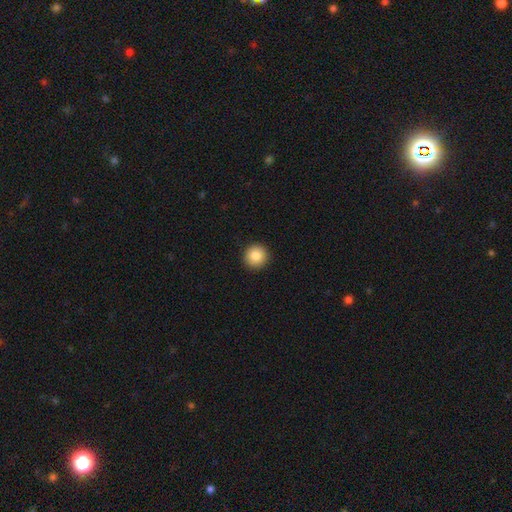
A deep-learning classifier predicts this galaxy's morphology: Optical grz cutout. It shows a smooth galaxy with no disk features (88%) that is round (95%). Merging: none (93%).